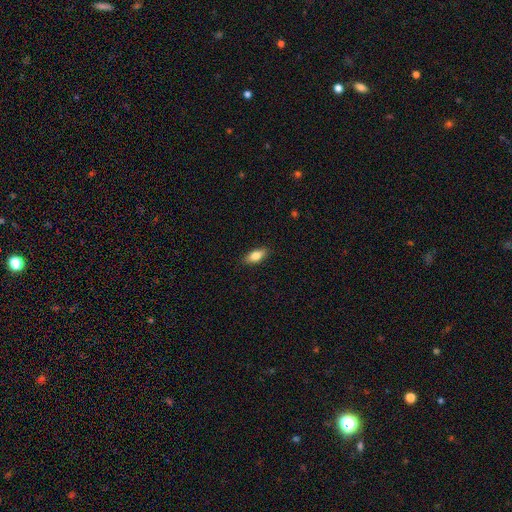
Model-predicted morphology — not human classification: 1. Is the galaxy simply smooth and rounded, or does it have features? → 78% smooth, 15% featured or disk, 7% star or artifact.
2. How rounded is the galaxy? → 81% in between, 16% cigar-shaped, 3% round.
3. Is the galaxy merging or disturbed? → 88% none, 9% minor disturbance, 2% major disturbance, 1% merger.